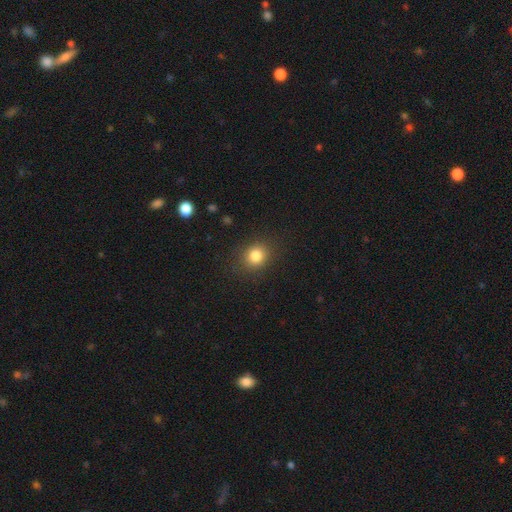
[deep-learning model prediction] smooth_or_featured: smooth (p=0.82) [alt: star or artifact p=0.12]
how_rounded: round (p=0.72) [alt: in between p=0.27]
merging: none (p=0.87) [alt: minor disturbance p=0.09]